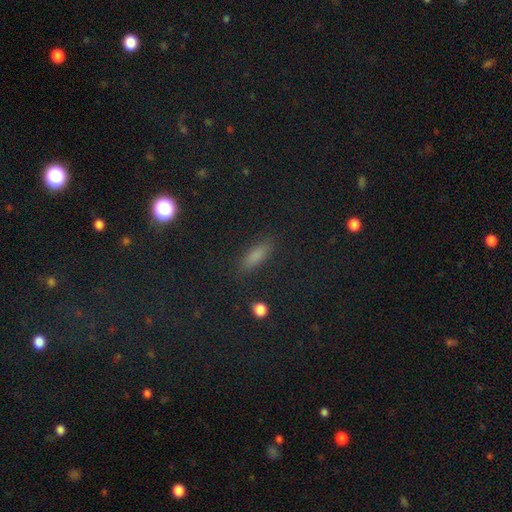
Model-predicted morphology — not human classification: Overall: smooth (76%). How rounded: in between (51%; cigar-shaped 44%). Merging: none (85%).